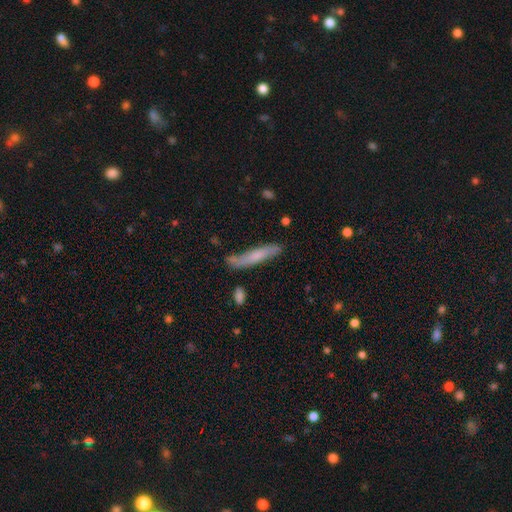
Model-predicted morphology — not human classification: A smooth galaxy with no disk features (57%) that is cigar-shaped (88%). Merging: none (70%).